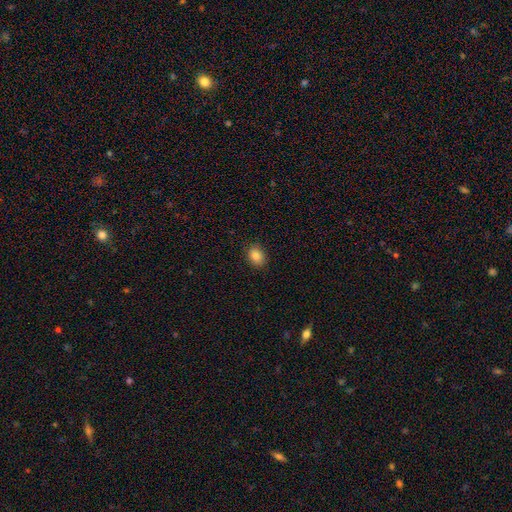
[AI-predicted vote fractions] Smooth or featured? smooth (85%)
How rounded? in between (59%)
Merging? none (88%)